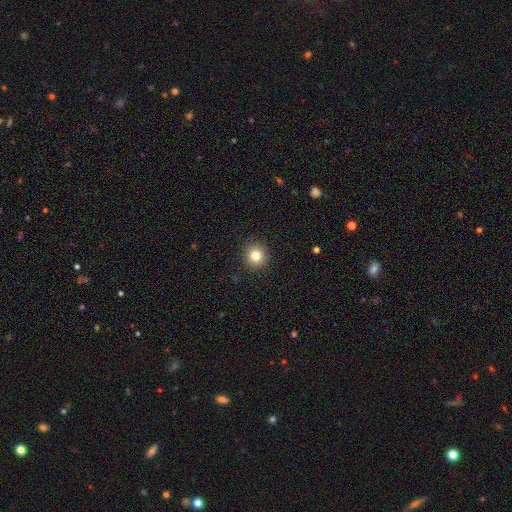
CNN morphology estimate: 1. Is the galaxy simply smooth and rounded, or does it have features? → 82% smooth, 11% star or artifact, 7% featured or disk.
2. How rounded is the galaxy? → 91% round, 8% in between, 1% cigar-shaped.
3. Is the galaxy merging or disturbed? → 91% none, 6% minor disturbance, 2% major disturbance, 1% merger.